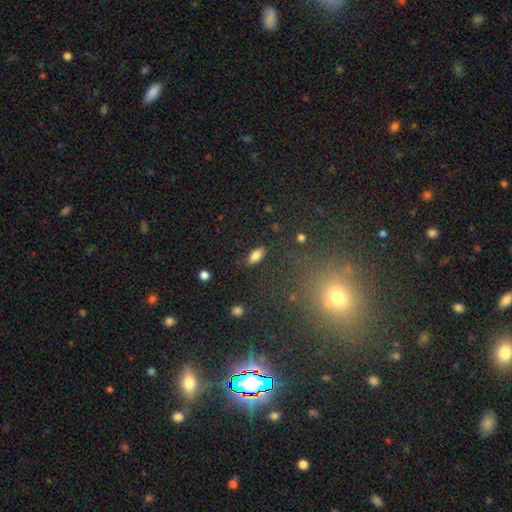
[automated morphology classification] This is clearly a smooth galaxy (81%). How rounded: clearly in between (85%). Merging: clearly none (86%).